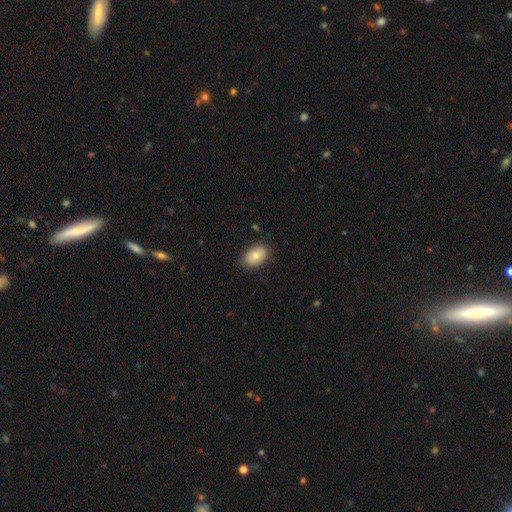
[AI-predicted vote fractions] This appears to be a smooth galaxy with no disk features (79%) that is in between round and cigar-shaped (87%). Merging: none (80%).